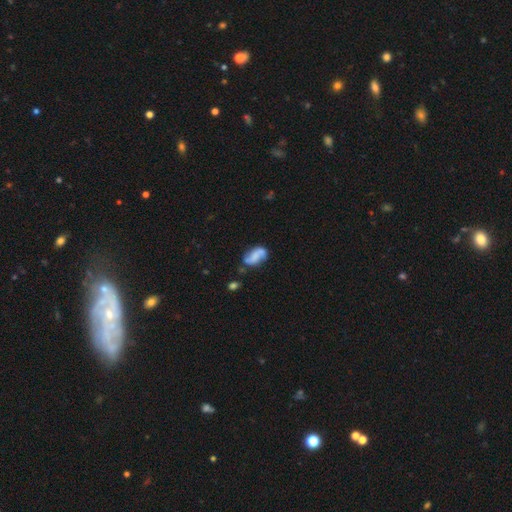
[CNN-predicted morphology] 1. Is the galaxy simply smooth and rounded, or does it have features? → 54% featured or disk, 37% smooth, 9% star or artifact.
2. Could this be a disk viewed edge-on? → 96% no, 4% yes.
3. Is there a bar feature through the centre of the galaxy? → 53% no, 31% weak, 17% strong.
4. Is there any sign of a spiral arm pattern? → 83% yes, 17% no.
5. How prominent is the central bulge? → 58% none, 19% small, 13% moderate, 7% large, 3% dominant.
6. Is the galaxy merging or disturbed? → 57% none, 24% minor disturbance, 10% merger, 9% major disturbance.